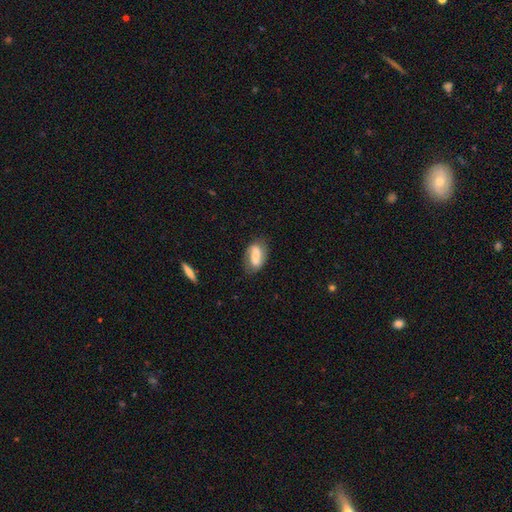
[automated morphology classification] Smooth or featured?
  - smooth: 47% *
  - featured or disk: 45%
  - star or artifact: 8%
Merging?
  - none: 68% *
  - minor disturbance: 22%
  - major disturbance: 7%
  - merger: 3%